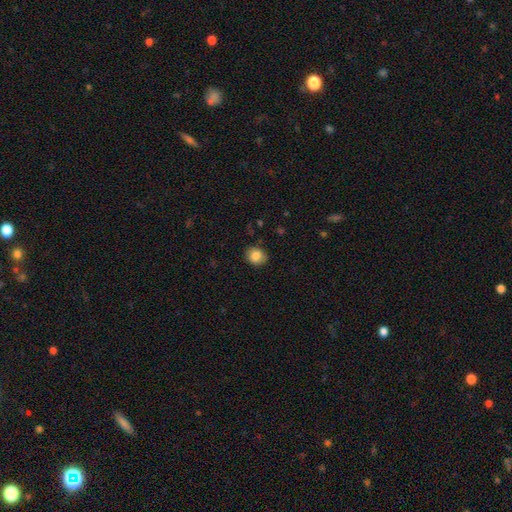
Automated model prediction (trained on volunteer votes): smooth-or-featured: smooth: 85% | star or artifact: 9% | featured or disk: 6%
  how-rounded: round: 69% | in between: 30% | cigar-shaped: 1%
  merging: none: 87% | minor disturbance: 9% | major disturbance: 2% | merger: 1%